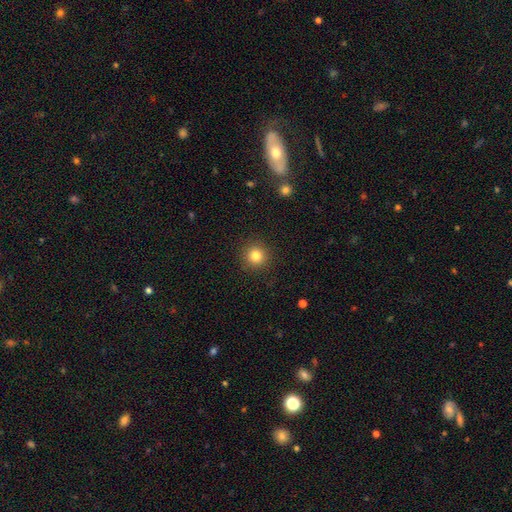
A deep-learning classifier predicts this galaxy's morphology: A smooth galaxy with no disk features (82%) that is round (95%). Merging: none (91%).